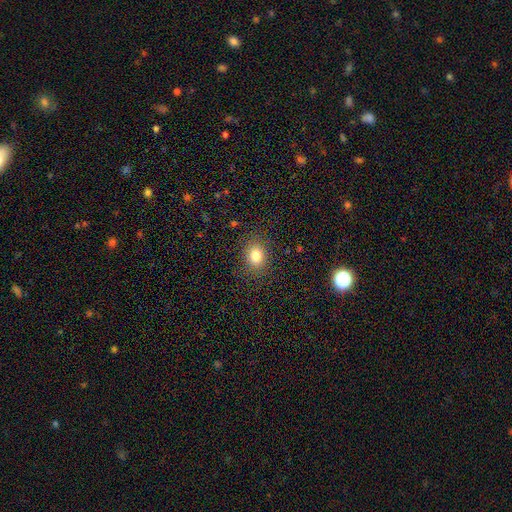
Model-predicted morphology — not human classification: Smooth or featured? Predicted: smooth (p=0.81). How rounded? Predicted: in between (p=0.50). Merging? Predicted: none (p=0.86).